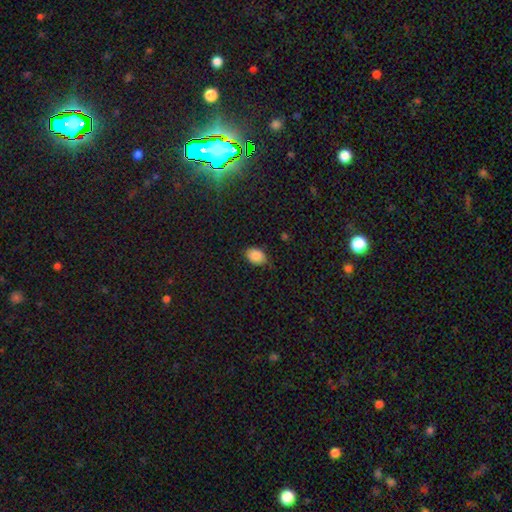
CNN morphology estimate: This appears to be a smooth galaxy with no disk features (88%) that is in between round and cigar-shaped (79%). Merging: none (77%).